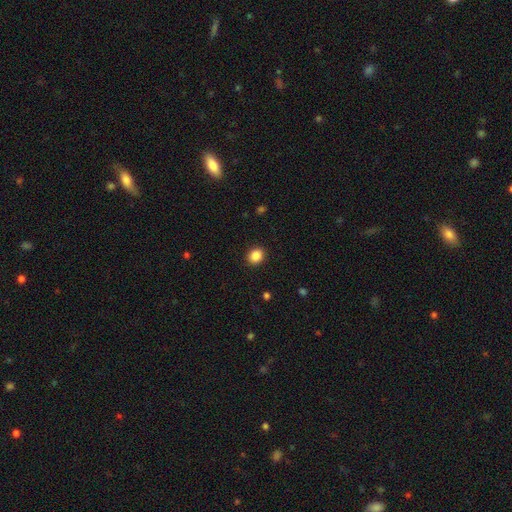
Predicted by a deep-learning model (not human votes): Overall: smooth (88%). How rounded: round (61%; in between 38%). Merging: none (91%).